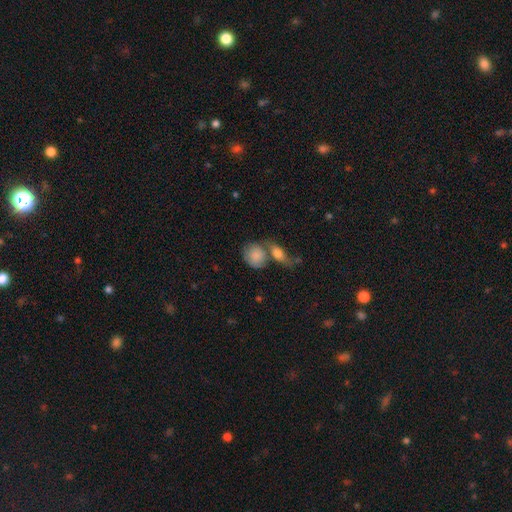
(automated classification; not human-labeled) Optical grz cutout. It shows a smooth galaxy with no disk features (80%) that is round (63%). Merging: merger (45%).